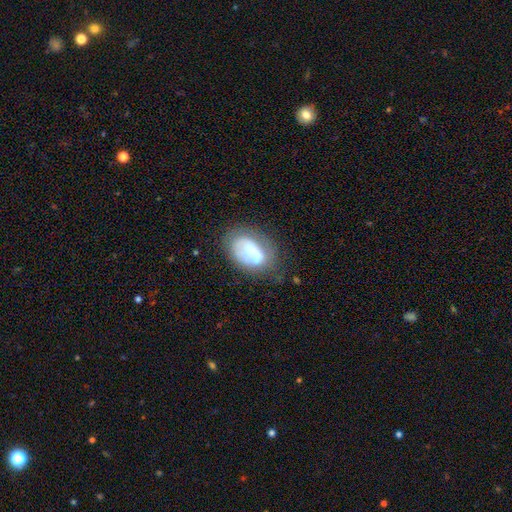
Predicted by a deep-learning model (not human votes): The model was most divided on "smooth or featured": smooth: 49%, featured or disk: 41%, star or artifact: 9%. Remaining: merging — none (41%).